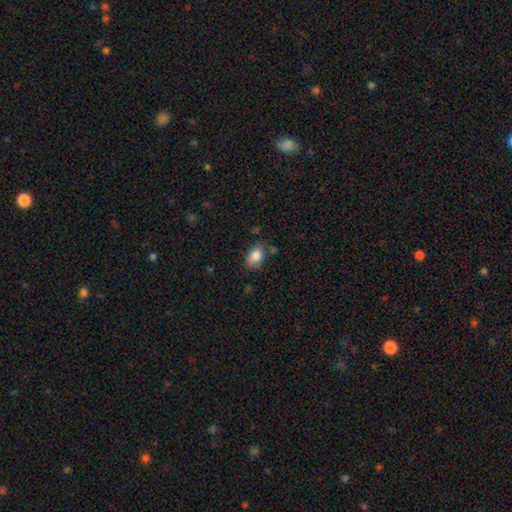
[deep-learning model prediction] This is clearly a smooth galaxy (85%). How rounded: clearly in between (83%). Merging: likely none (75%).